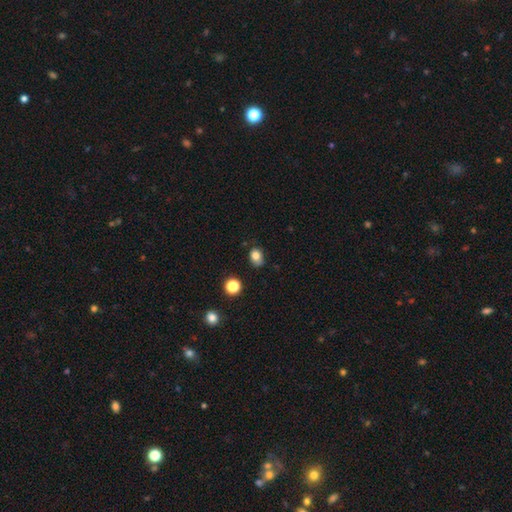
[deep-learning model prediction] Smooth or featured?
  - smooth: 81% *
  - star or artifact: 12%
  - featured or disk: 7%
How rounded?
  - in between: 61% *
  - round: 38%
  - cigar-shaped: 1%
Merging?
  - none: 68% *
  - minor disturbance: 25%
  - major disturbance: 5%
  - merger: 3%